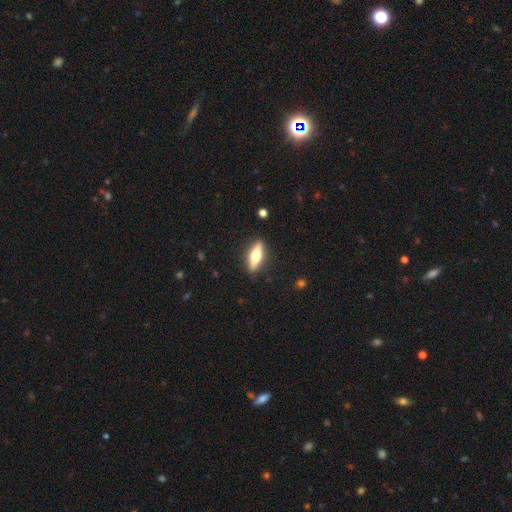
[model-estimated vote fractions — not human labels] Smooth or featured?
  - smooth: 49% *
  - featured or disk: 45%
  - star or artifact: 6%
Merging?
  - none: 88% *
  - minor disturbance: 9%
  - major disturbance: 2%
  - merger: 1%